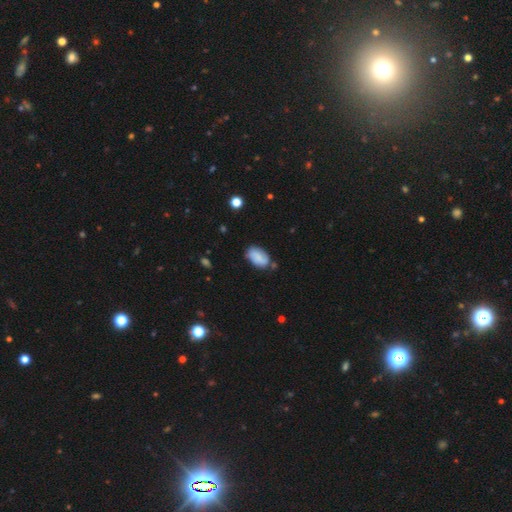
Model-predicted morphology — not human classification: This appears to be a smooth galaxy with no disk features (77%) that is in between round and cigar-shaped (92%). Merging: none (67%).